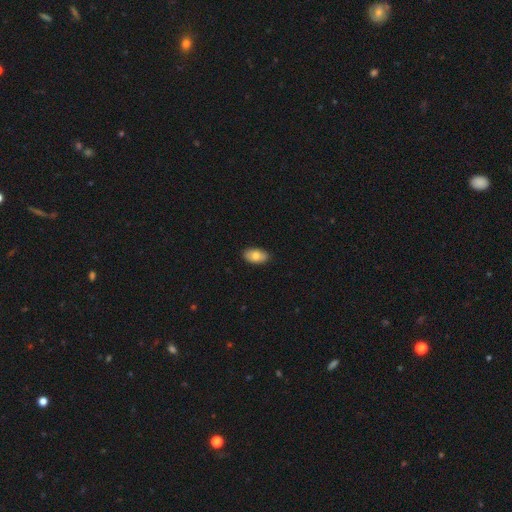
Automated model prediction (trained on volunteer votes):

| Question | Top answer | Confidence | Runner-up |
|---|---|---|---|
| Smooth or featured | smooth | 80% | featured or disk (14%) |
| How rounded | in between | 93% | round (5%) |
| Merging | none | 88% | minor disturbance (9%) |